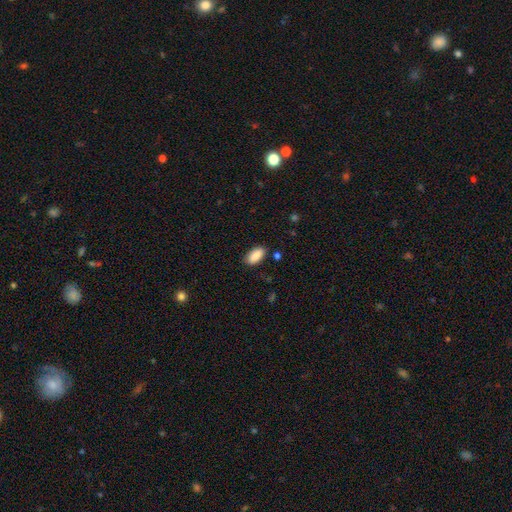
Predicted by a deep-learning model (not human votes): This is clearly a smooth galaxy (88%). How rounded: clearly in between (92%). Merging: clearly none (85%).